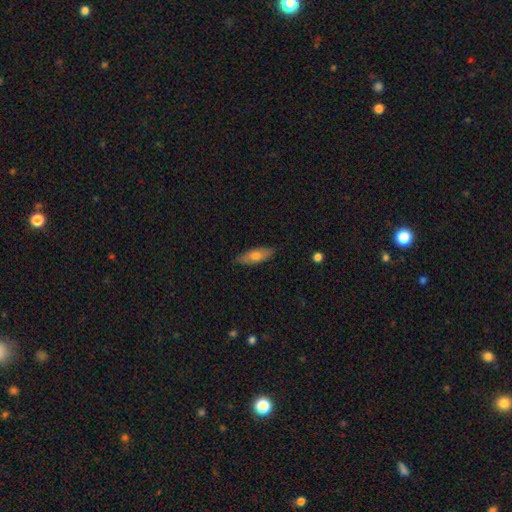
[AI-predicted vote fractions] The model was most divided on "how rounded": in between: 65%, cigar-shaped: 33%, round: 3%. More confident: merging — none (82%); smooth or featured — smooth (68%).